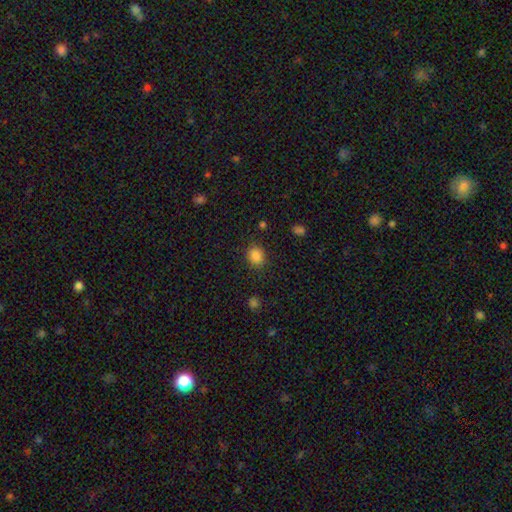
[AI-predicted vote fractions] This appears to be a smooth galaxy with no disk features (85%) that is round (64%). Merging: none (84%).